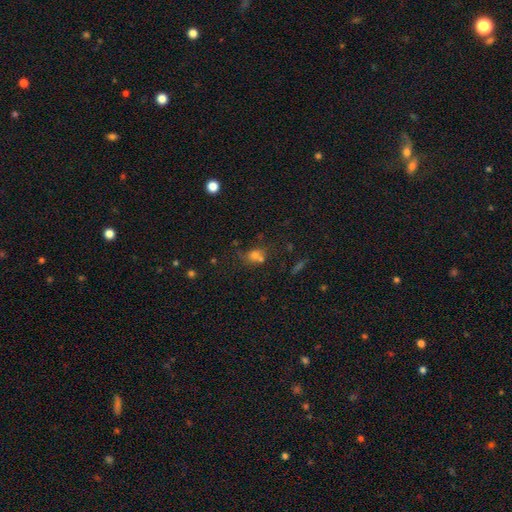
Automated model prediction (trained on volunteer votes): A smooth galaxy with no disk features (67%) that is round (62%).

Vote fractions:
- Smooth or featured? smooth: 67% / star or artifact: 18% / featured or disk: 15%
- How rounded? round: 62% / in between: 36% / cigar-shaped: 2%
- Merging? merger: 41% / none: 39% / minor disturbance: 13% / major disturbance: 7%